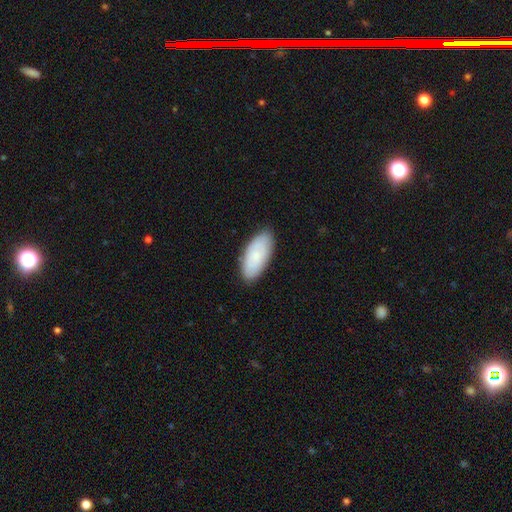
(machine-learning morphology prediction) A smooth galaxy with no disk features (75%) that is in between round and cigar-shaped (91%). Merging: none (84%).